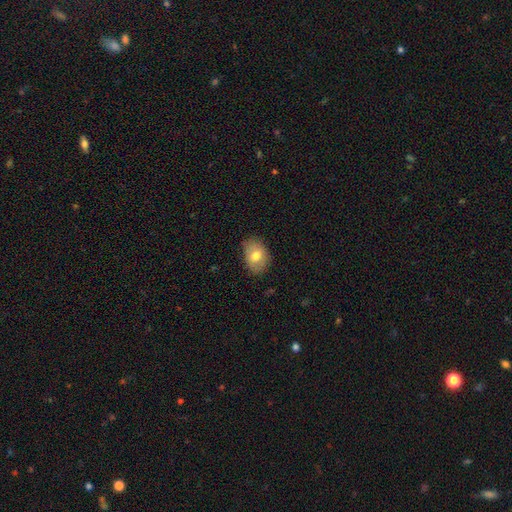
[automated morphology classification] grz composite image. It shows a smooth galaxy with no disk features (74%) that is in between round and cigar-shaped (71%). Merging: none (76%).